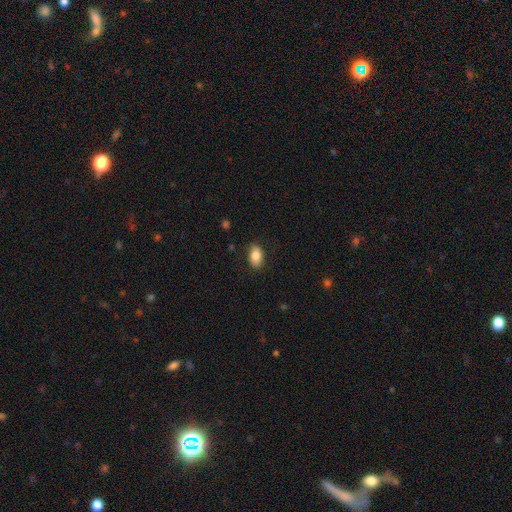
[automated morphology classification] Q: Smooth or featured?
A: smooth (84%); runner-up: featured or disk (9%)
Q: How rounded?
A: in between (90%); runner-up: round (8%)
Q: Merging?
A: none (86%); runner-up: minor disturbance (10%)